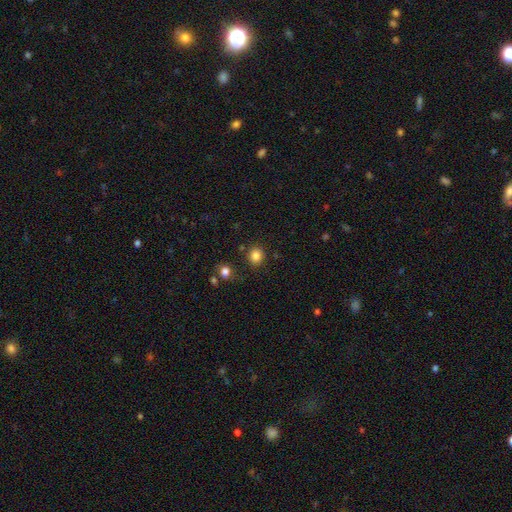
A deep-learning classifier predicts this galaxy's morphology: This is clearly a smooth galaxy (84%). How rounded: clearly round (80%). Merging: clearly none (85%).